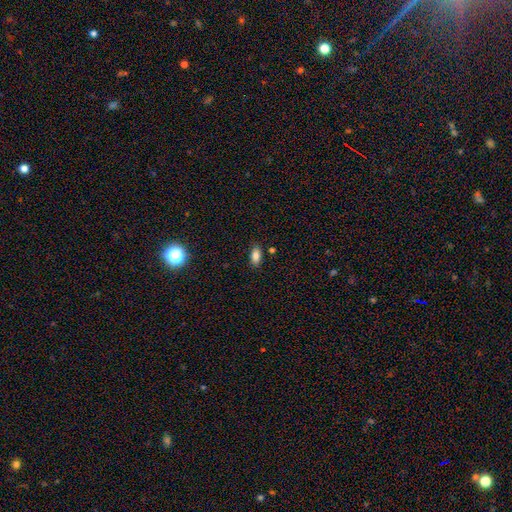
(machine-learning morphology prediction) Smooth or featured? smooth (83%)
How rounded? in between (90%)
Merging? none (85%)